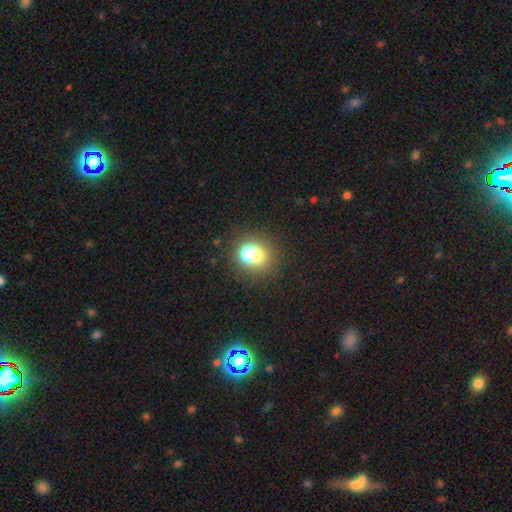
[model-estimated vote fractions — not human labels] smooth-or-featured: smooth: 66% | featured or disk: 20% | star or artifact: 14%
  how-rounded: round: 73% | in between: 26% | cigar-shaped: 1%
  merging: none: 43% | merger: 40% | minor disturbance: 11% | major disturbance: 6%